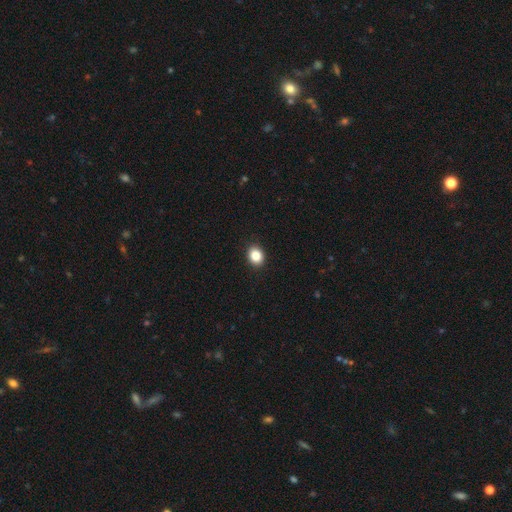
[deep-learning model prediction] A smooth galaxy with no disk features (86%) that is round (50%).

Vote fractions:
- Smooth or featured? smooth: 86% / star or artifact: 9% / featured or disk: 4%
- How rounded? round: 50% / in between: 49% / cigar-shaped: 1%
- Merging? none: 91% / minor disturbance: 6% / major disturbance: 2% / merger: 1%